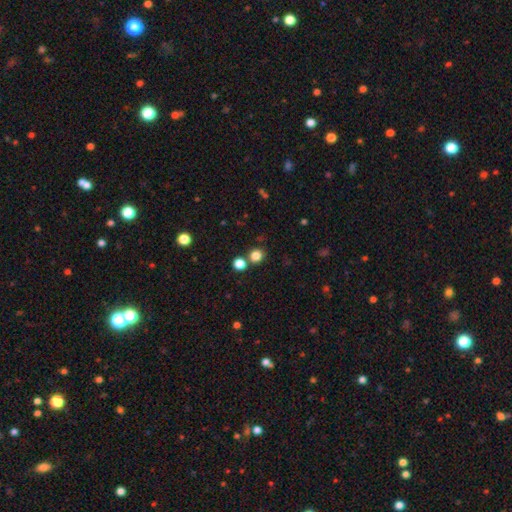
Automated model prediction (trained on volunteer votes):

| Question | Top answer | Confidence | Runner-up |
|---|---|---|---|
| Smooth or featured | smooth | 81% | star or artifact (14%) |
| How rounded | round | 87% | in between (12%) |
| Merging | none | 77% | merger (14%) |